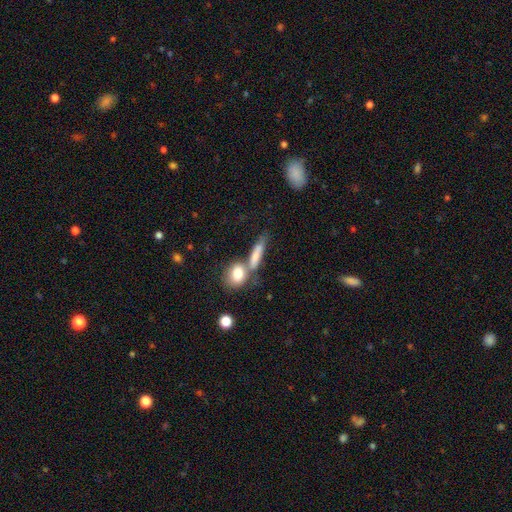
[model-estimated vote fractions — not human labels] Q: Smooth or featured?
A: smooth (74%); runner-up: featured or disk (18%)
Q: How rounded?
A: cigar-shaped (52%); runner-up: in between (33%)
Q: Merging?
A: none (44%); runner-up: merger (35%)